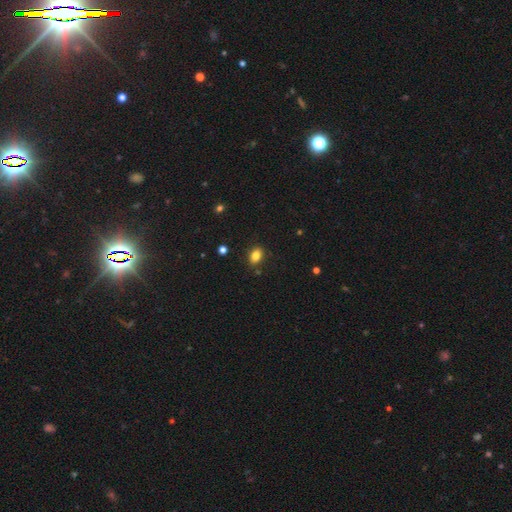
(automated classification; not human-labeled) The model was most divided on "how rounded": in between: 79%, round: 20%, cigar-shaped: 2%. More confident: merging — none (85%); smooth or featured — smooth (83%).